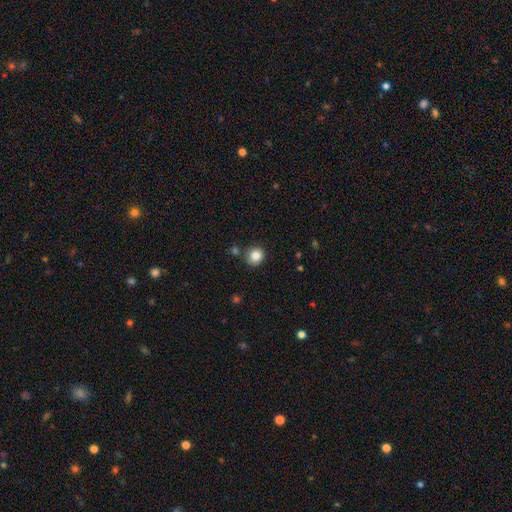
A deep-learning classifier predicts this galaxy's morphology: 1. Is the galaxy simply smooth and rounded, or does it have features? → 84% smooth, 10% star or artifact, 6% featured or disk.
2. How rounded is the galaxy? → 88% round, 11% in between, 1% cigar-shaped.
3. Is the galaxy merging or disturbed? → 81% none, 10% minor disturbance, 7% merger, 2% major disturbance.